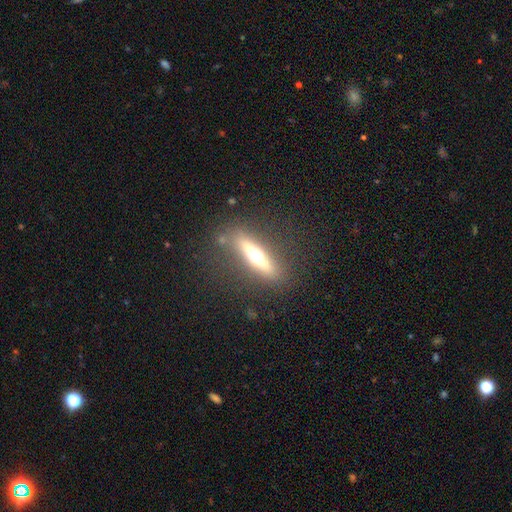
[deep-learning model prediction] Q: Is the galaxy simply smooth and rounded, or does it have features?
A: featured or disk — 60%.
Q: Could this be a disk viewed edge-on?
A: yes — 90%.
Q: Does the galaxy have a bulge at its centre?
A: rounded — 92%.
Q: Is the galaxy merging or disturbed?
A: none — 84%.